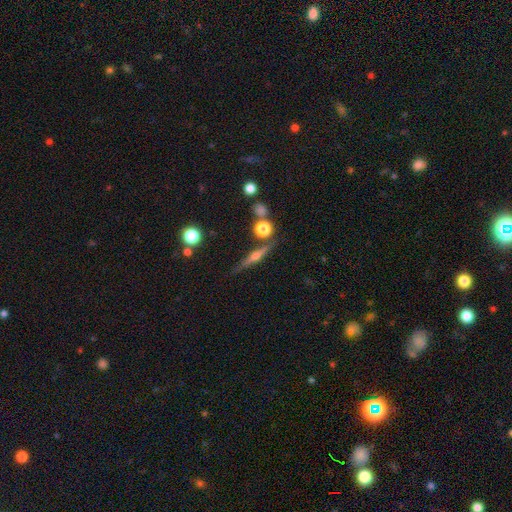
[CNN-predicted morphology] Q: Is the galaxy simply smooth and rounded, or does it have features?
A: featured or disk — 73%.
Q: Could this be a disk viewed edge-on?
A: yes — 97%.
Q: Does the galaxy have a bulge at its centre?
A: rounded — 90%.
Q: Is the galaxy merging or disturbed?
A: none — 83%.